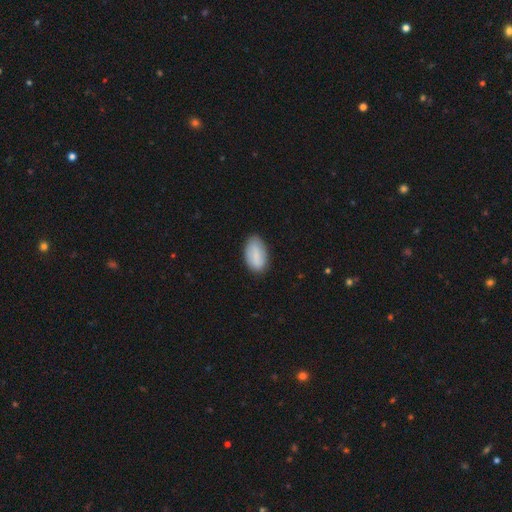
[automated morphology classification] Smooth or featured?
  - smooth: 77% *
  - featured or disk: 17%
  - star or artifact: 6%
How rounded?
  - in between: 94% *
  - round: 4%
  - cigar-shaped: 3%
Merging?
  - none: 81% *
  - minor disturbance: 15%
  - major disturbance: 3%
  - merger: 1%